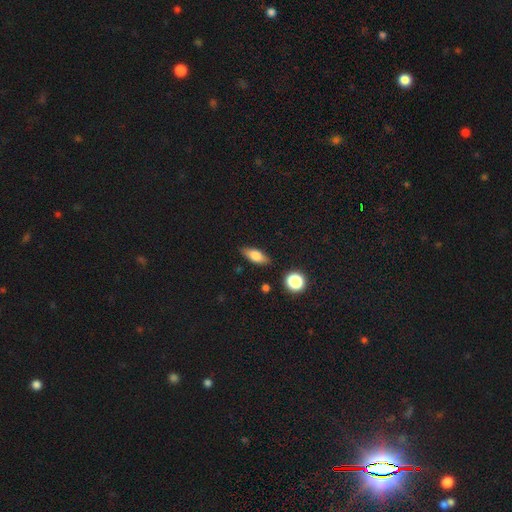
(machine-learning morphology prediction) smooth 74%, featured or disk 17%, star or artifact 8%. Down the decision tree: how rounded — in between (76%); merging — none (84%).